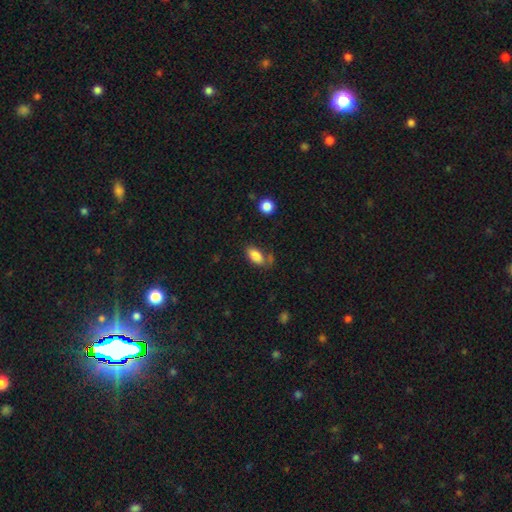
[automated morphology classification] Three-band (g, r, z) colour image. It shows a smooth galaxy with no disk features (84%) that is in between round and cigar-shaped (91%). Merging: none (58%).